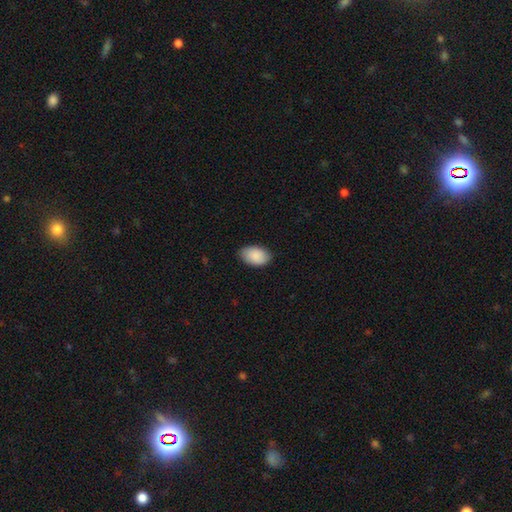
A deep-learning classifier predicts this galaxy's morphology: A smooth galaxy with no disk features (88%) that is in between round and cigar-shaped (90%). Merging: none (82%).